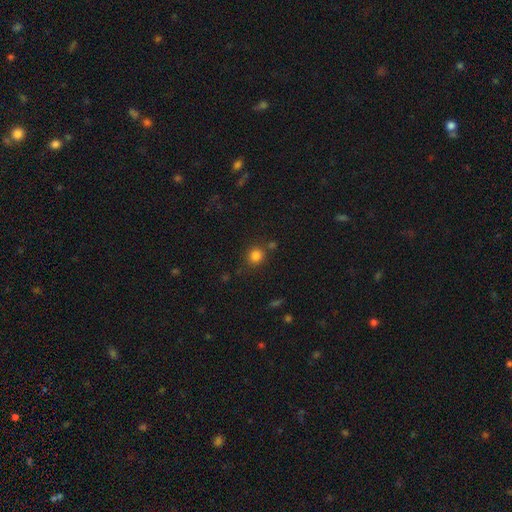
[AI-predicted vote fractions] A smooth galaxy with no disk features (82%) that is round (86%).

Vote fractions:
- Smooth or featured? smooth: 82% / star or artifact: 13% / featured or disk: 5%
- How rounded? round: 86% / in between: 13% / cigar-shaped: 1%
- Merging? none: 76% / minor disturbance: 10% / merger: 9% / major disturbance: 4%